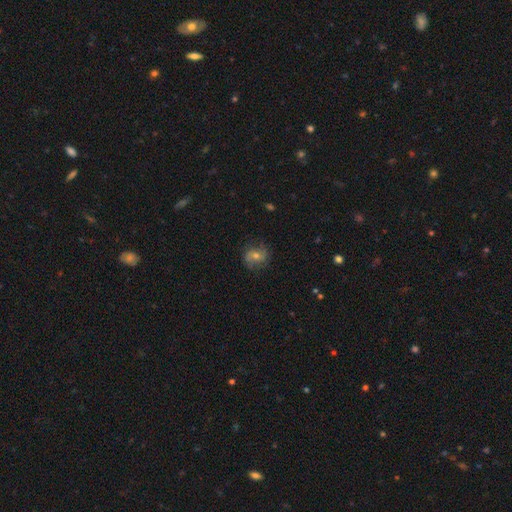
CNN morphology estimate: Smooth or featured? Predicted: featured or disk (p=0.61). Edge-on disk? Predicted: no (p=0.96). Bar? Predicted: no (p=0.49). Spiral arms? Predicted: yes (p=0.88). Spiral winding? Predicted: medium (p=0.46). Spiral arm count? Predicted: 2 (p=0.75). Bulge size? Predicted: moderate (p=0.54). Merging? Predicted: none (p=0.79).